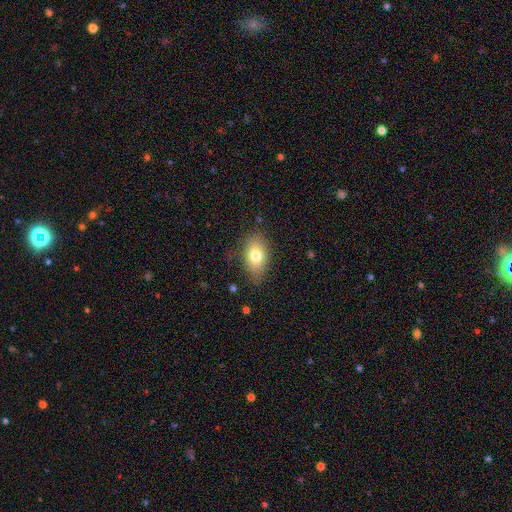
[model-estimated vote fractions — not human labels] A smooth galaxy with no disk features (76%) that is in between round and cigar-shaped (88%).

Vote fractions:
- Smooth or featured? smooth: 76% / featured or disk: 16% / star or artifact: 9%
- How rounded? in between: 88% / round: 10% / cigar-shaped: 2%
- Merging? none: 77% / minor disturbance: 18% / major disturbance: 4% / merger: 1%